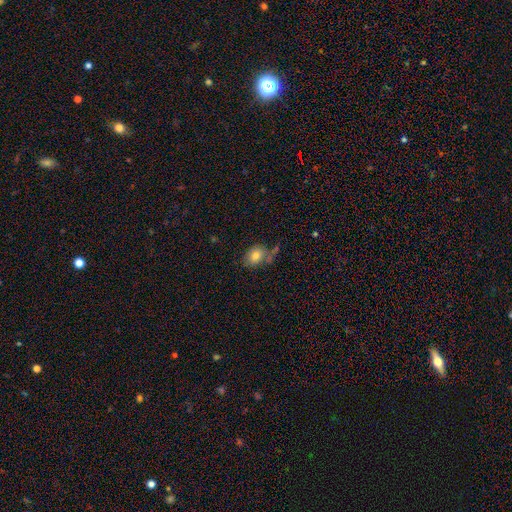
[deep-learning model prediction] The model was most divided on "merging": none: 55%, minor disturbance: 21%, merger: 15%, major disturbance: 9%. More confident: smooth or featured — smooth (77%); how rounded — in between (69%).